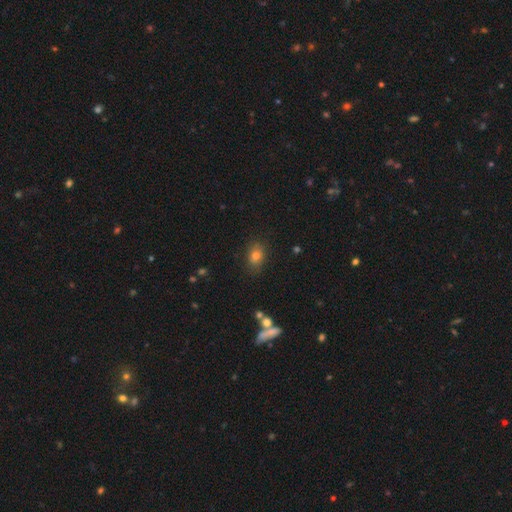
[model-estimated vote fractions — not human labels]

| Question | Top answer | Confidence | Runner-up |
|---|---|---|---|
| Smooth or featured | smooth | 77% | star or artifact (13%) |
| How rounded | in between | 72% | round (26%) |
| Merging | none | 82% | minor disturbance (12%) |